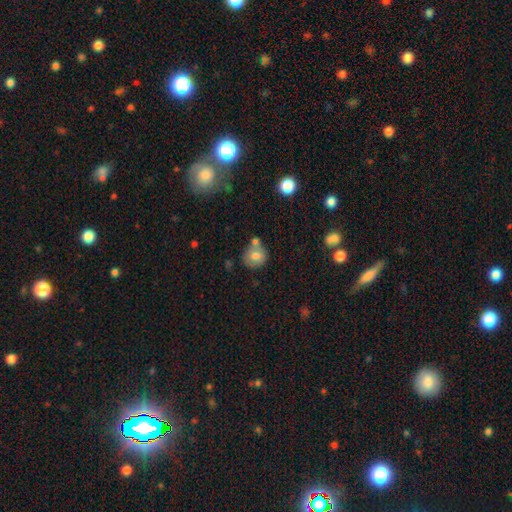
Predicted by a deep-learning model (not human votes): A smooth galaxy with no disk features (74%) that is round (81%). Merging: none (54%).